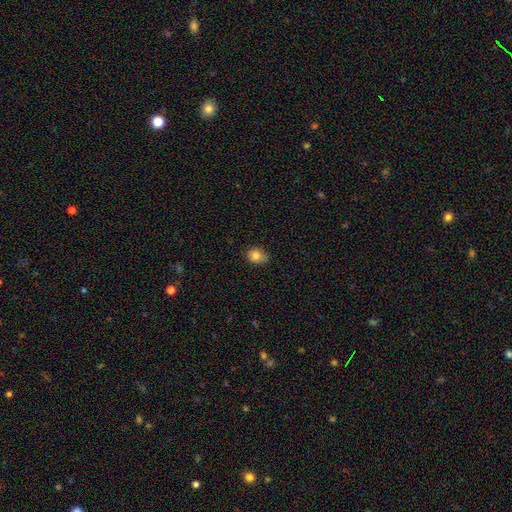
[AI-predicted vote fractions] A smooth galaxy with no disk features (81%) that is round (50%).

Vote fractions:
- Smooth or featured? smooth: 81% / star or artifact: 10% / featured or disk: 9%
- How rounded? round: 50% / in between: 49% / cigar-shaped: 1%
- Merging? none: 78% / minor disturbance: 18% / major disturbance: 3% / merger: 1%